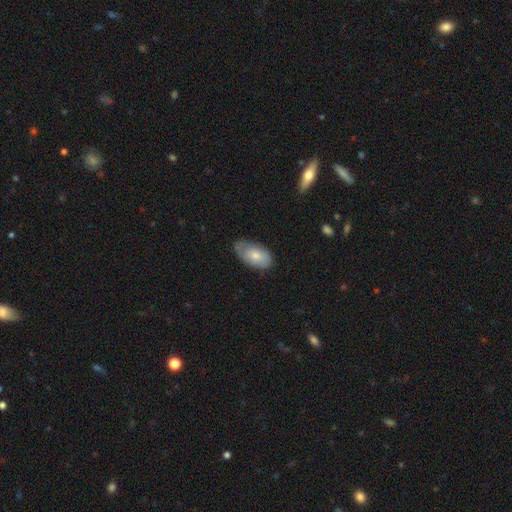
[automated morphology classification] This appears to be a smooth galaxy with no disk features (73%) that is in between round and cigar-shaped (94%). Merging: none (61%).